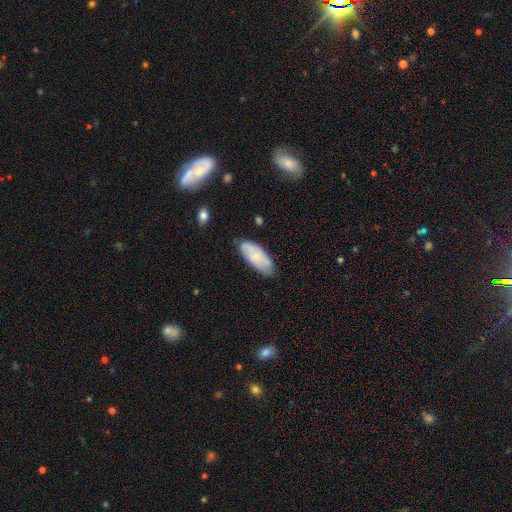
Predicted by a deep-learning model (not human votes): This is likely a smooth galaxy (68%). How rounded: clearly in between (83%). Merging: likely none (75%).